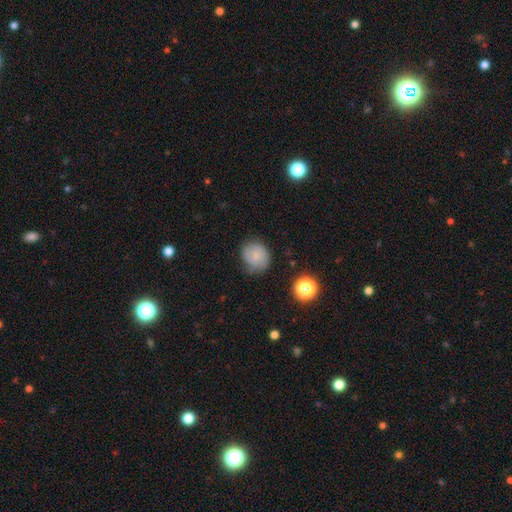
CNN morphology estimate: smooth_or_featured: smooth (p=0.69) [alt: featured or disk p=0.20]
how_rounded: round (p=0.77) [alt: in between p=0.22]
merging: none (p=0.66) [alt: minor disturbance p=0.25]